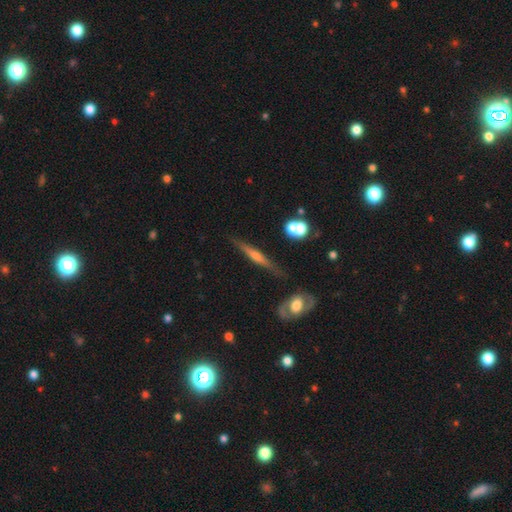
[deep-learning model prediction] featured or disk 66%, smooth 27%, star or artifact 7%. Down the decision tree: edge-on disk — yes (94%); edge-on bulge — rounded (71%); merging — none (80%).